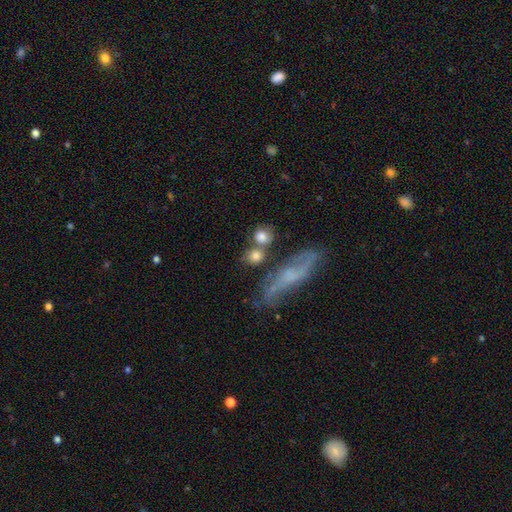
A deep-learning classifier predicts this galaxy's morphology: Smooth or featured? Predicted: smooth (p=0.75). How rounded? Predicted: round (p=0.76). Merging? Predicted: none (p=0.51).